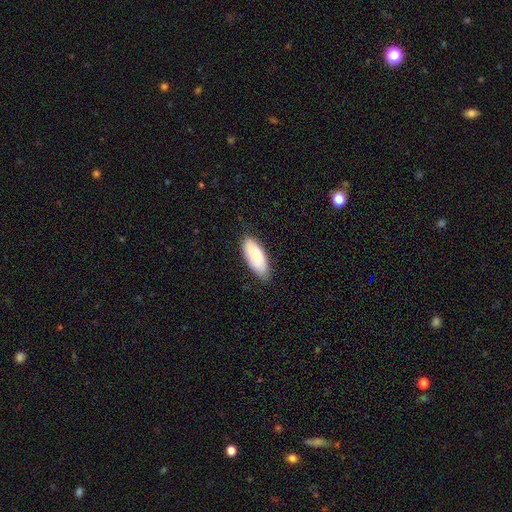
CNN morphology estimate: A smooth galaxy with no disk features (85%) that is in between round and cigar-shaped (83%).

Vote fractions:
- Smooth or featured? smooth: 85% / featured or disk: 10% / star or artifact: 6%
- How rounded? in between: 83% / cigar-shaped: 15% / round: 2%
- Merging? none: 80% / minor disturbance: 17% / major disturbance: 3% / merger: 1%